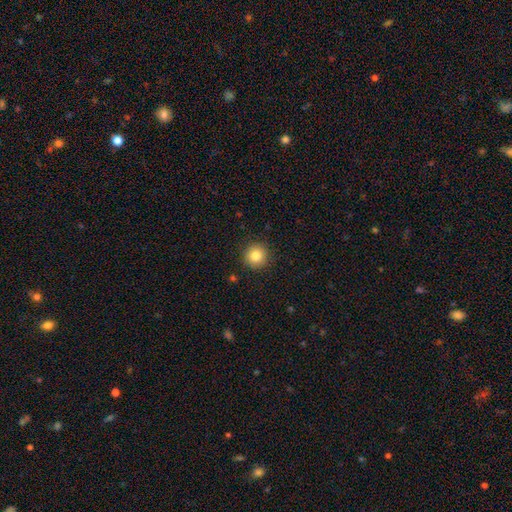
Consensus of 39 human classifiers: A smooth galaxy with no disk features (87%) that is round (94%).

Vote fractions:
- Smooth or featured? smooth: 87% / star or artifact: 10% / featured or disk: 3%
- How rounded? round: 94% / in between: 6% / cigar-shaped: 0%
- Merging? none: 94% / minor disturbance: 3% / merger: 3% / major disturbance: 0%